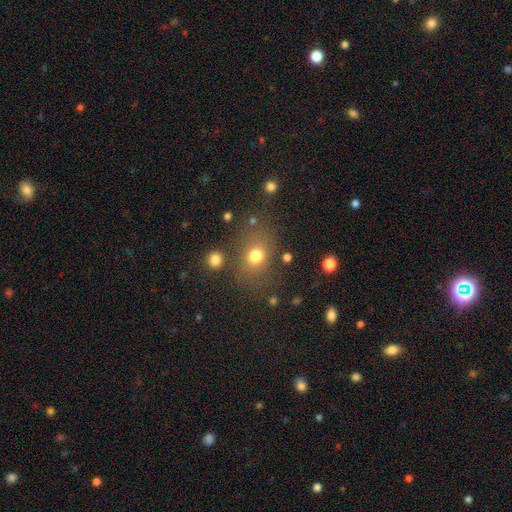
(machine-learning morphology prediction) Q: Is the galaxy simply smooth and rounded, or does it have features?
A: smooth — 74%.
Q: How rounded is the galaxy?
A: in between — 52%.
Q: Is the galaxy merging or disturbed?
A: none — 72%.